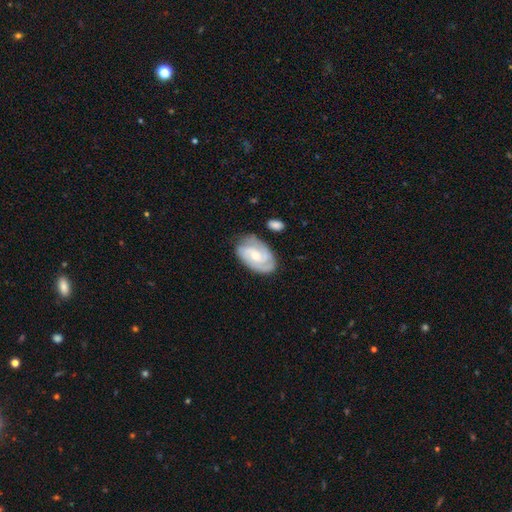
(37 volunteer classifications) Overall: featured or disk (76%). Edge-on disk: no (96%). Bar: no (70%). Spiral arms: yes (96%). Spiral arm count: 2 (65%). Spiral winding: tight (62%; medium 35%). Bulge size: small (70%). Merging: none (61%; minor disturbance 36%).